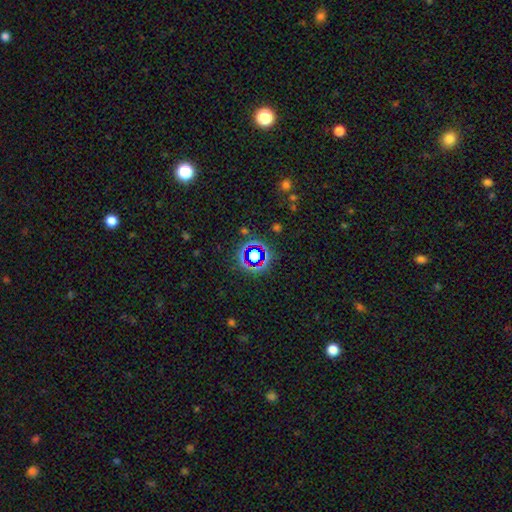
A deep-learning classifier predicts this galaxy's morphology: star or artifact 64%, smooth 25%, featured or disk 11%.